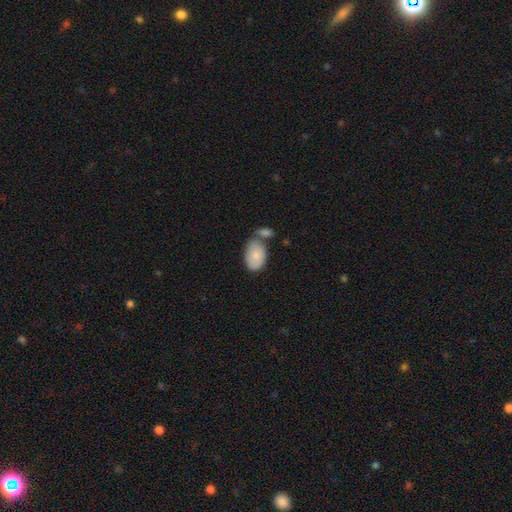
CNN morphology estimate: Smooth or featured?
  - smooth: 81% *
  - featured or disk: 13%
  - star or artifact: 6%
How rounded?
  - in between: 91% *
  - round: 8%
  - cigar-shaped: 1%
Merging?
  - none: 45% *
  - merger: 28%
  - minor disturbance: 21%
  - major disturbance: 6%